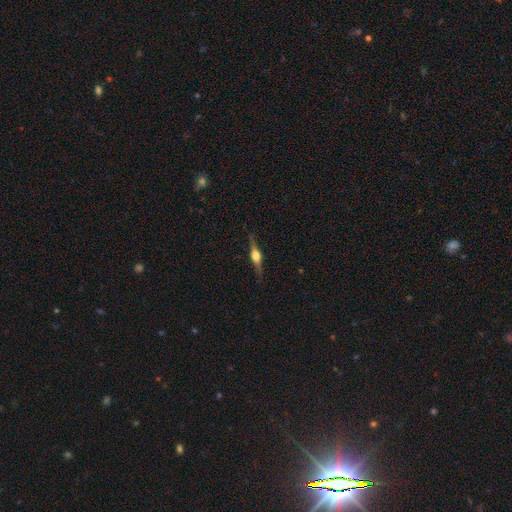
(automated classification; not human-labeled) Smooth or featured?
  - featured or disk: 76% *
  - smooth: 17%
  - star or artifact: 7%
Edge-on disk?
  - yes: 97% *
  - no: 3%
Edge-on bulge?
  - rounded: 92% *
  - boxy: 7%
  - none: 2%
Merging?
  - none: 86% *
  - minor disturbance: 10%
  - major disturbance: 2%
  - merger: 1%